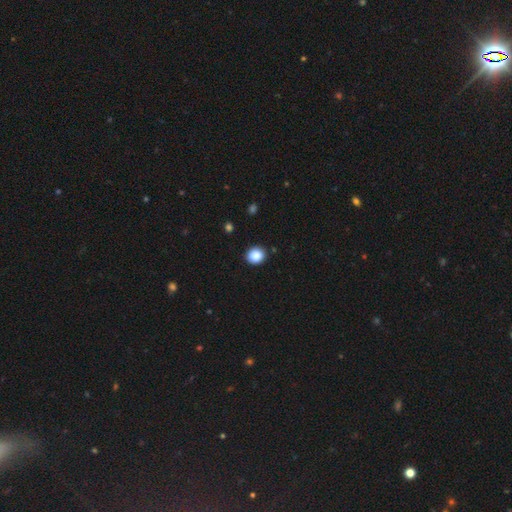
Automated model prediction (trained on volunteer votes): Smooth or featured? smooth (88%)
How rounded? round (82%)
Merging? none (90%)